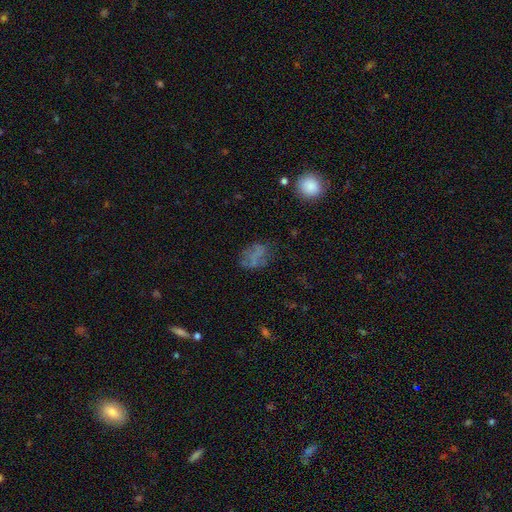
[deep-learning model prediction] This appears to be a smooth galaxy with no disk features (51%) that is in between round and cigar-shaped (74%). Merging: none (55%).